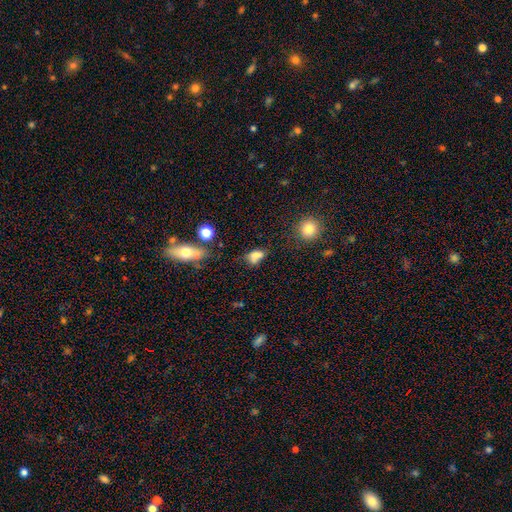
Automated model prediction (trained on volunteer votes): Smooth or featured? Predicted: smooth (p=0.73). How rounded? Predicted: in between (p=0.76). Merging? Predicted: none (p=0.39).